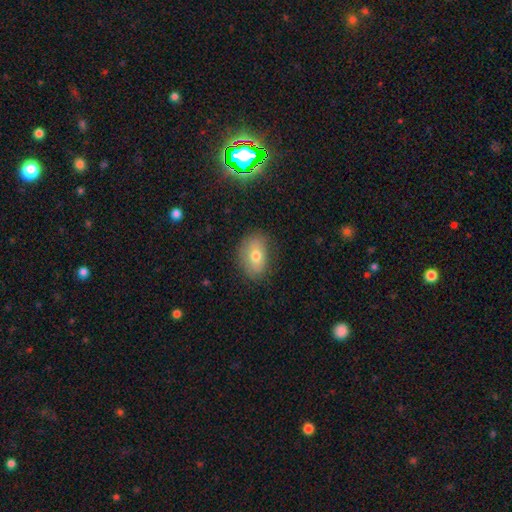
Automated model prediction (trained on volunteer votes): smooth-or-featured: smooth: 68% | featured or disk: 20% | star or artifact: 12%
  how-rounded: in between: 79% | round: 19% | cigar-shaped: 1%
  merging: none: 78% | minor disturbance: 17% | major disturbance: 4% | merger: 1%